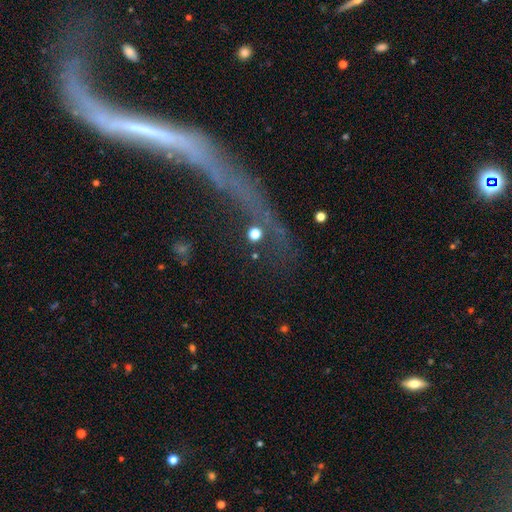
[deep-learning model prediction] Smooth or featured?
  - star or artifact: 46% *
  - smooth: 32%
  - featured or disk: 22%